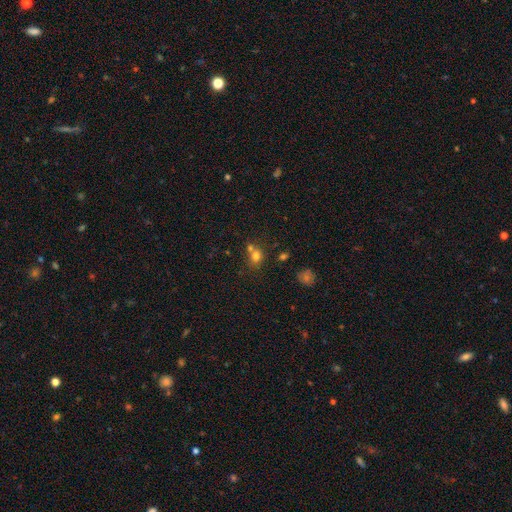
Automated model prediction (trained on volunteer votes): Smooth or featured: smooth — 74% (star or artifact — 15%)
How rounded: round — 68% (in between — 31%)
Merging: none — 46% (merger — 40%)